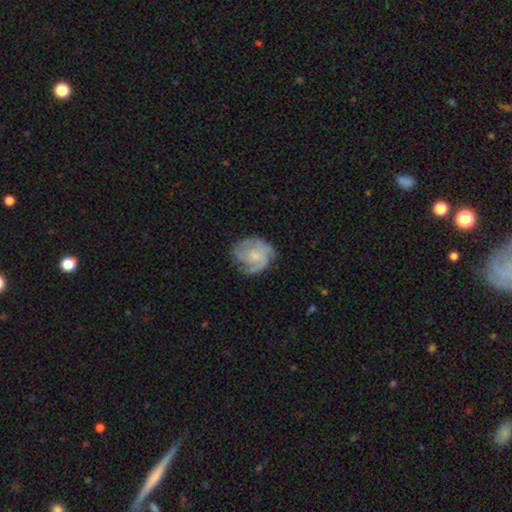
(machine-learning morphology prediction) This is likely a featured or disk galaxy (78%). It is clearly not viewed edge-on (98%). Bar: likely no (71%). Spiral arm pattern: clearly yes (95%). Spiral arm count: possibly 3 (47%). Spiral winding: possibly tight (46%). Central bulge: possibly small (58%). Merging: likely none (69%).